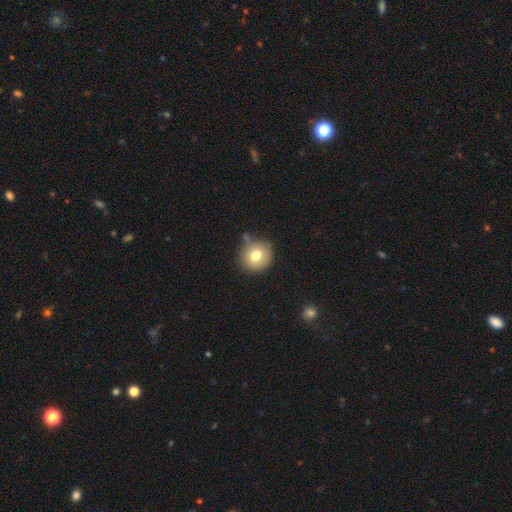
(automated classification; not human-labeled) Smooth or featured: smooth — 76% (featured or disk — 14%)
How rounded: round — 90% (in between — 10%)
Merging: none — 75% (minor disturbance — 15%)